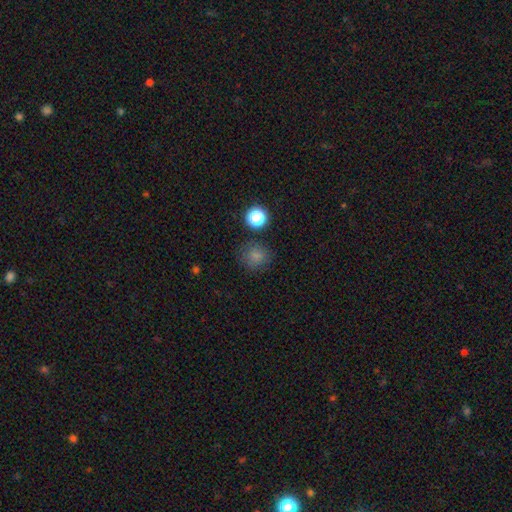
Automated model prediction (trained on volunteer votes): This appears to be a smooth galaxy with no disk features (77%) that is round (84%). Merging: none (78%).